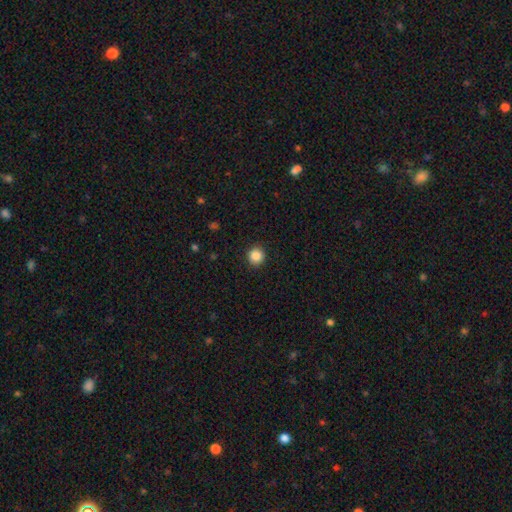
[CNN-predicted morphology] Smooth or featured?
  - smooth: 87% *
  - star or artifact: 10%
  - featured or disk: 3%
How rounded?
  - round: 93% *
  - in between: 6%
  - cigar-shaped: 1%
Merging?
  - none: 92% *
  - minor disturbance: 6%
  - major disturbance: 2%
  - merger: 1%